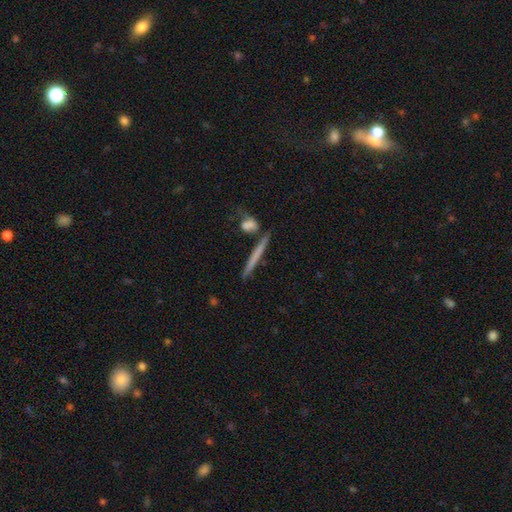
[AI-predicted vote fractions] Smooth or featured: smooth — 54% (featured or disk — 39%)
How rounded: cigar-shaped — 93% (in between — 4%)
Merging: none — 75% (merger — 11%)